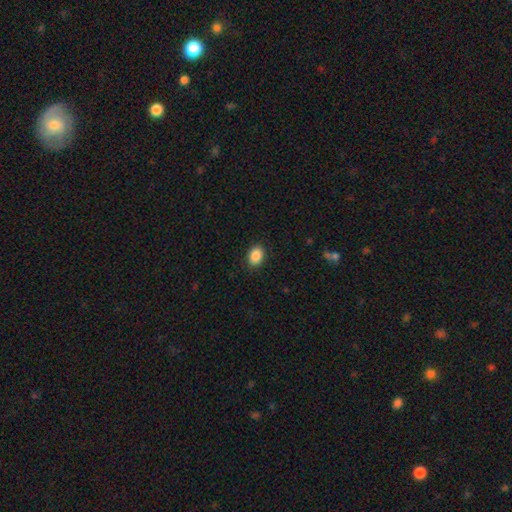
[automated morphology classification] This is clearly a smooth galaxy (88%). How rounded: likely in between (76%). Merging: clearly none (89%).